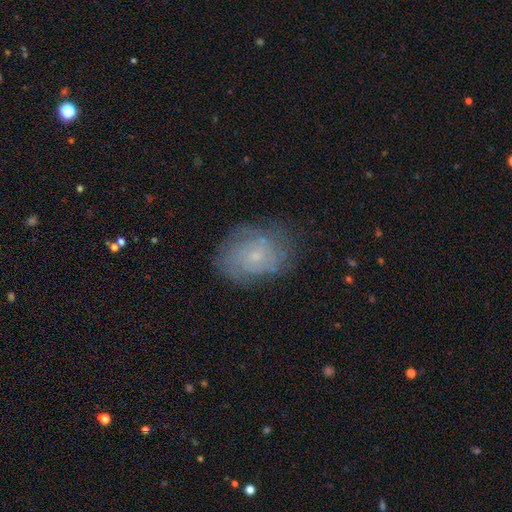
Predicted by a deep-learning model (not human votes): Q: Smooth or featured?
A: featured or disk (56%); runner-up: smooth (33%)
Q: Edge-on disk?
A: no (96%); runner-up: yes (4%)
Q: Bar?
A: no (80%); runner-up: weak (18%)
Q: Spiral arms?
A: yes (80%); runner-up: no (20%)
Q: Bulge size?
A: small (77%); runner-up: moderate (16%)
Q: Merging?
A: none (73%); runner-up: minor disturbance (19%)